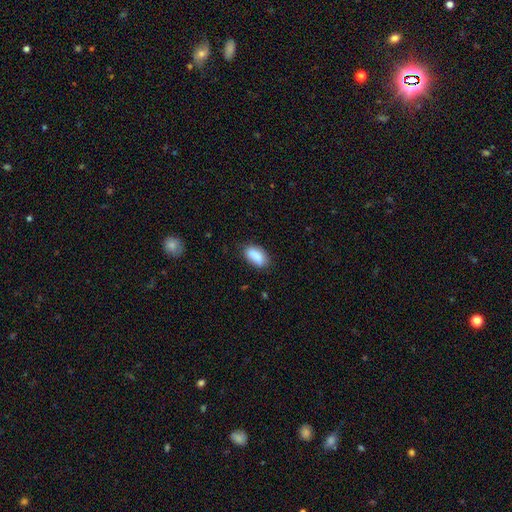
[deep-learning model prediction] The model was most divided on "merging": none: 71%, minor disturbance: 22%, major disturbance: 4%, merger: 3%. More confident: how rounded — in between (91%); smooth or featured — smooth (87%).